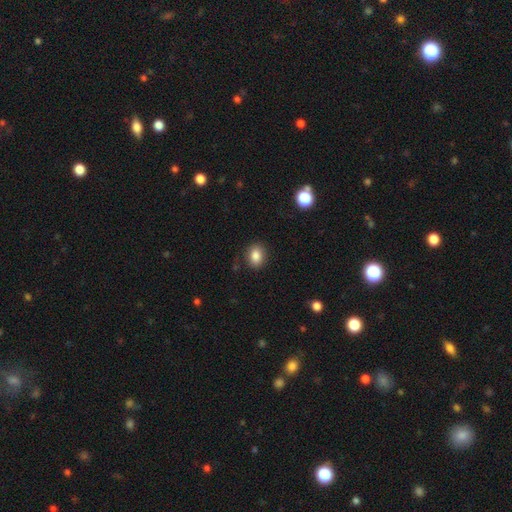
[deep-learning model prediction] The model was most divided on "how rounded": in between: 61%, round: 38%, cigar-shaped: 1%. More confident: merging — none (87%); smooth or featured — smooth (85%).